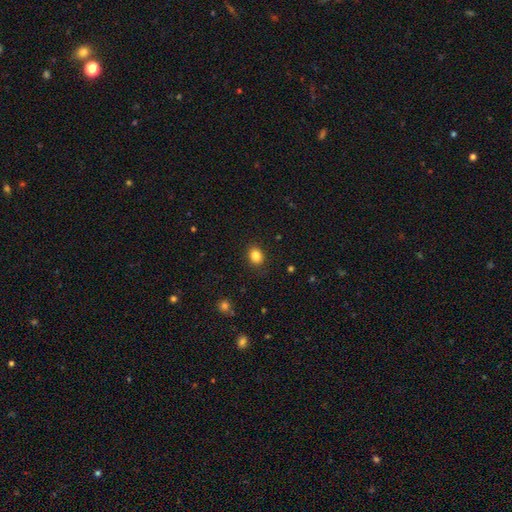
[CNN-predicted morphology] Smooth or featured? Predicted: smooth (p=0.86). How rounded? Predicted: in between (p=0.56). Merging? Predicted: none (p=0.88).